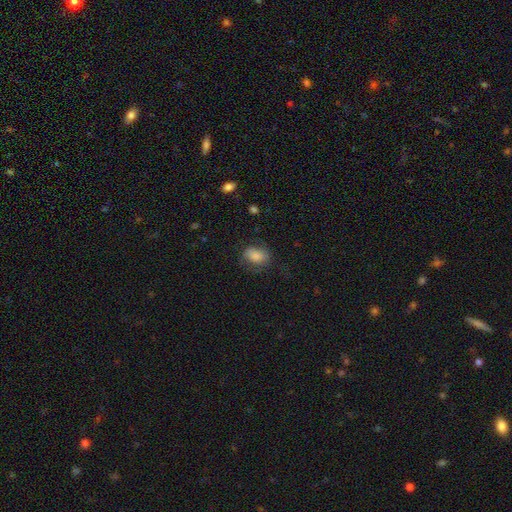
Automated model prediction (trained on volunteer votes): Smooth or featured: smooth — 78% (featured or disk — 14%)
How rounded: in between — 67% (round — 32%)
Merging: none — 58% (minor disturbance — 25%)